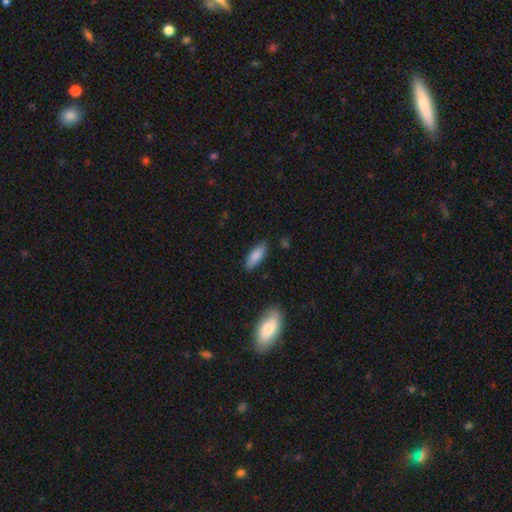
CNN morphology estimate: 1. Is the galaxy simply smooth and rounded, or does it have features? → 83% smooth, 10% featured or disk, 7% star or artifact.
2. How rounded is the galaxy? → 66% in between, 32% cigar-shaped, 2% round.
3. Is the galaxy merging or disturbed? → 83% none, 13% minor disturbance, 3% major disturbance, 2% merger.